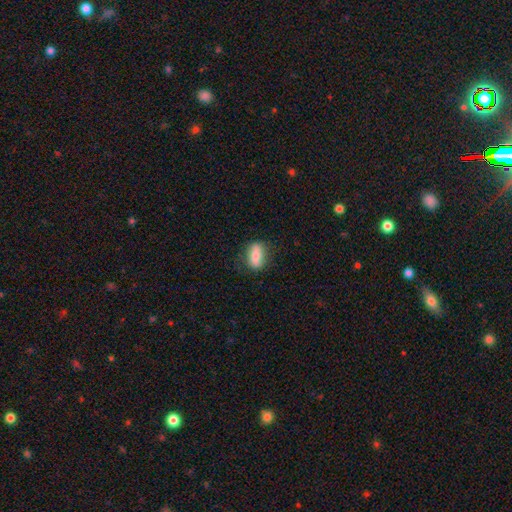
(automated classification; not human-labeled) A smooth galaxy with no disk features (73%) that is in between round and cigar-shaped (78%).

Vote fractions:
- Smooth or featured? smooth: 73% / featured or disk: 19% / star or artifact: 7%
- How rounded? in between: 78% / cigar-shaped: 14% / round: 8%
- Merging? none: 79% / minor disturbance: 16% / major disturbance: 4% / merger: 1%